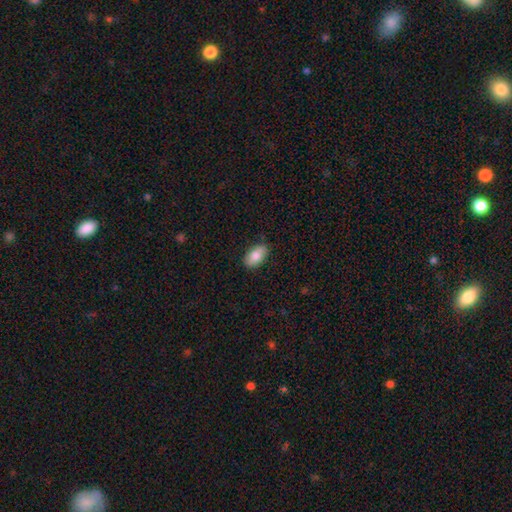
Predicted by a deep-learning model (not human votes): Smooth or featured?
  - smooth: 81% *
  - featured or disk: 12%
  - star or artifact: 7%
How rounded?
  - in between: 93% *
  - round: 4%
  - cigar-shaped: 3%
Merging?
  - none: 87% *
  - minor disturbance: 10%
  - major disturbance: 2%
  - merger: 1%